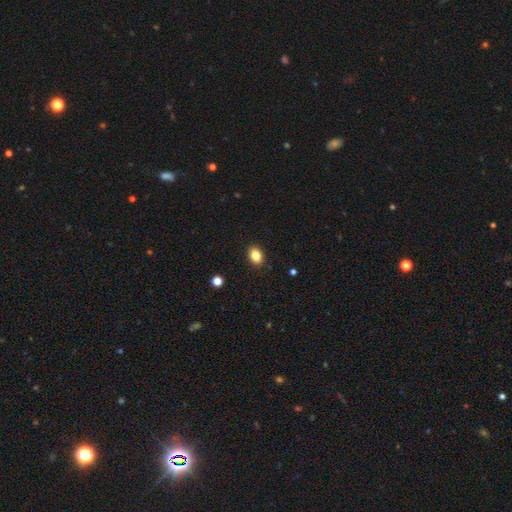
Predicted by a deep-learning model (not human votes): A smooth galaxy with no disk features (84%) that is in between round and cigar-shaped (72%). Merging: none (90%).